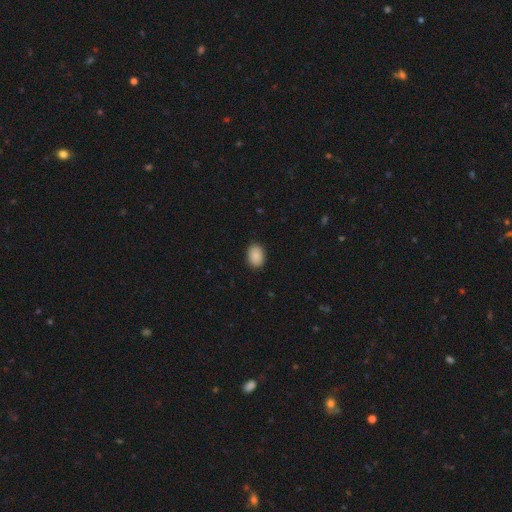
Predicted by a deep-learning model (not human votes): Morphology: type=smooth (89%); roundness=in between (77%); merging=none (89%).